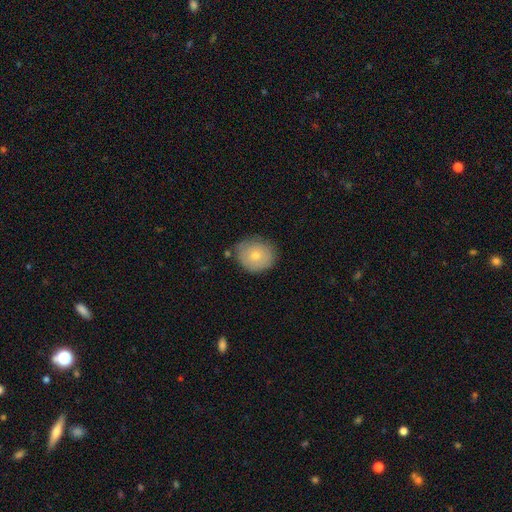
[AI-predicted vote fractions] Q: Smooth or featured?
A: smooth (71%); runner-up: featured or disk (21%)
Q: How rounded?
A: round (75%); runner-up: in between (24%)
Q: Merging?
A: none (71%); runner-up: minor disturbance (21%)